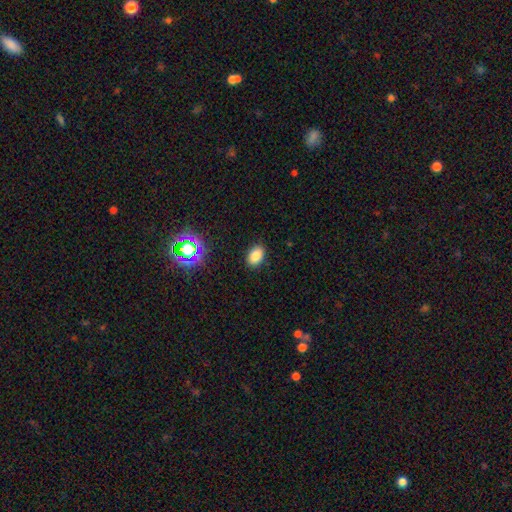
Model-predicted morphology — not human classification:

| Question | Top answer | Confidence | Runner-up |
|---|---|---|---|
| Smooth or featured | smooth | 82% | star or artifact (12%) |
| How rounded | in between | 86% | round (13%) |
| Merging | none | 88% | minor disturbance (9%) |